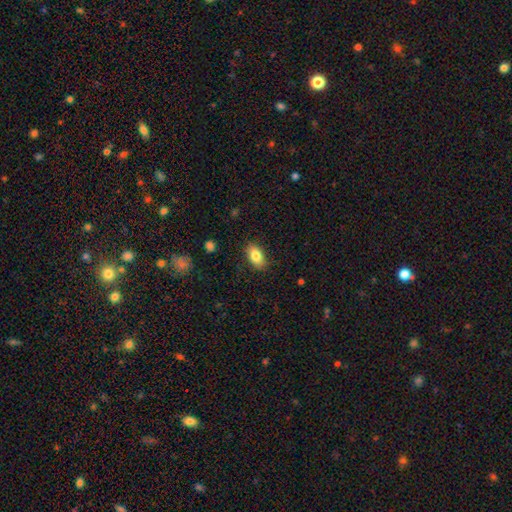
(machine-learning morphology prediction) The model was most divided on "smooth or featured": smooth: 82%, featured or disk: 10%, star or artifact: 7%. More confident: how rounded — in between (90%); merging — none (86%).